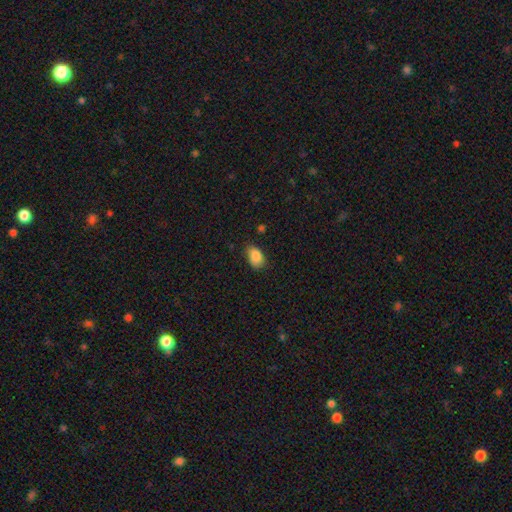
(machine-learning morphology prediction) Smooth or featured? Predicted: smooth (p=0.86). How rounded? Predicted: in between (p=0.86). Merging? Predicted: none (p=0.70).